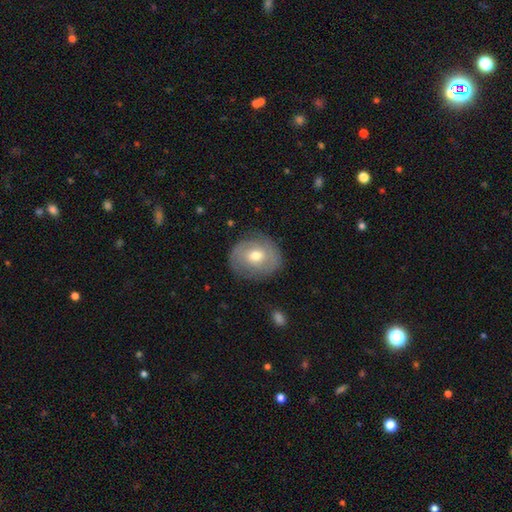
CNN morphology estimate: A smooth galaxy with no disk features (47%).

Vote fractions:
- Smooth or featured? smooth: 47% / featured or disk: 46% / star or artifact: 8%
- Merging? none: 78% / minor disturbance: 16% / major disturbance: 5% / merger: 1%